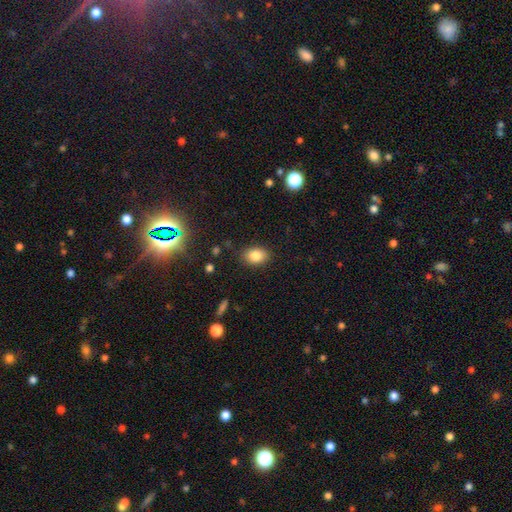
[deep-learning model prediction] Smooth or featured? Predicted: smooth (p=0.83). How rounded? Predicted: in between (p=0.74). Merging? Predicted: none (p=0.85).